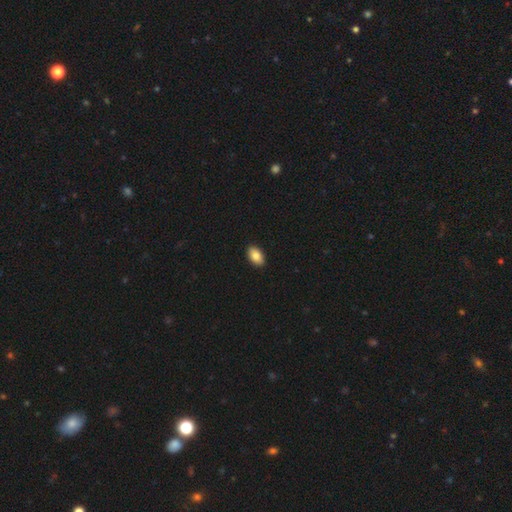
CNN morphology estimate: The model was most divided on "smooth or featured": smooth: 86%, star or artifact: 7%, featured or disk: 7%. More confident: how rounded — in between (93%); merging — none (91%).